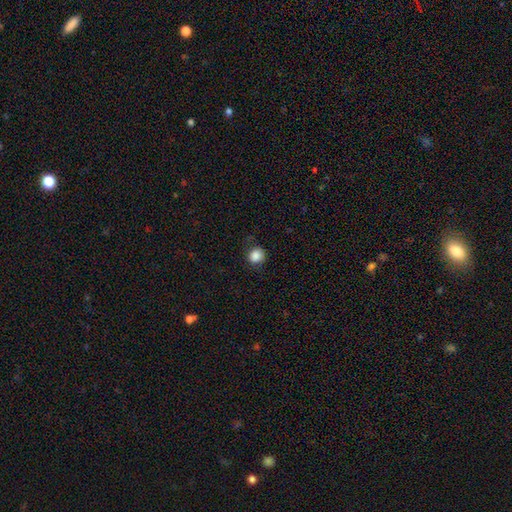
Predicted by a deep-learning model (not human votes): Smooth or featured? Predicted: smooth (p=0.87). How rounded? Predicted: round (p=0.85). Merging? Predicted: none (p=0.80).